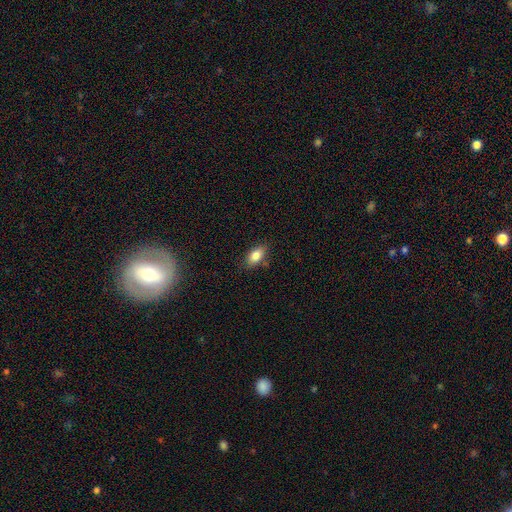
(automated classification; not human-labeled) Smooth or featured? smooth (82%)
How rounded? in between (88%)
Merging? none (80%)